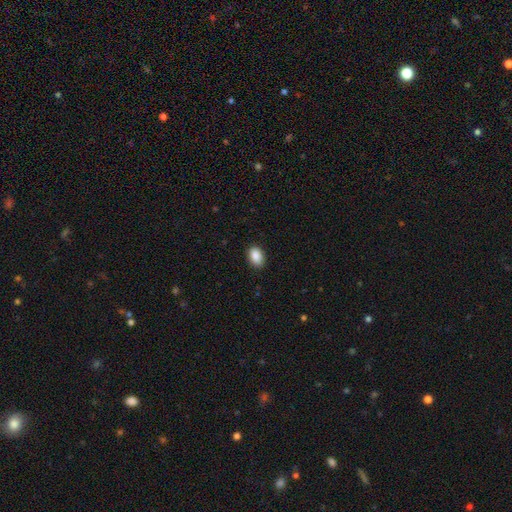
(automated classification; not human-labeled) A smooth galaxy with no disk features (89%) that is in between round and cigar-shaped (88%).

Vote fractions:
- Smooth or featured? smooth: 89% / star or artifact: 8% / featured or disk: 3%
- How rounded? in between: 88% / round: 11% / cigar-shaped: 1%
- Merging? none: 86% / minor disturbance: 11% / major disturbance: 2% / merger: 1%